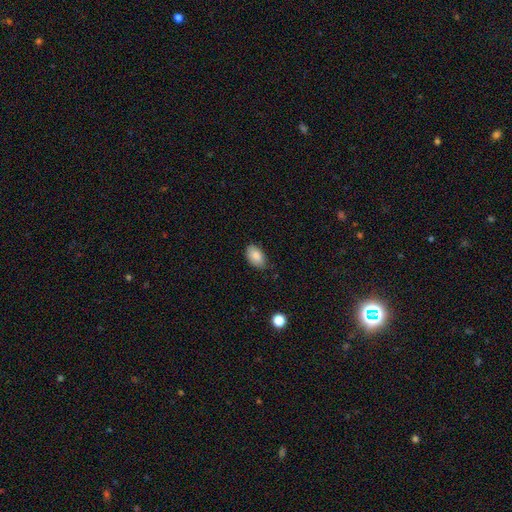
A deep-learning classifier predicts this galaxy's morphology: smooth 87%, star or artifact 7%, featured or disk 6%. Down the decision tree: how rounded — in between (92%); merging — none (76%).